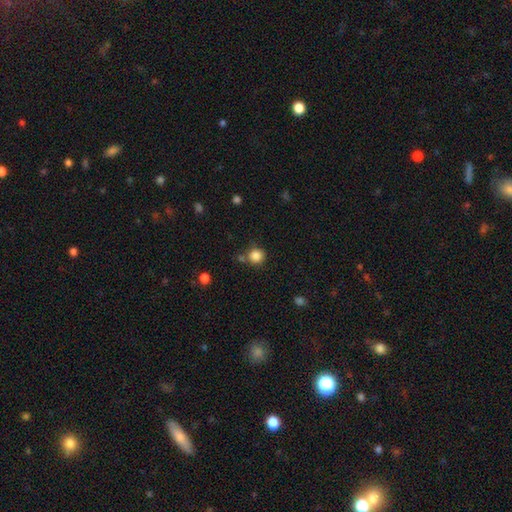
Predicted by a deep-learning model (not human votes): A smooth galaxy with no disk features (85%) that is round (91%).

Vote fractions:
- Smooth or featured? smooth: 85% / star or artifact: 11% / featured or disk: 4%
- How rounded? round: 91% / in between: 8% / cigar-shaped: 1%
- Merging? none: 75% / minor disturbance: 11% / merger: 10% / major disturbance: 4%